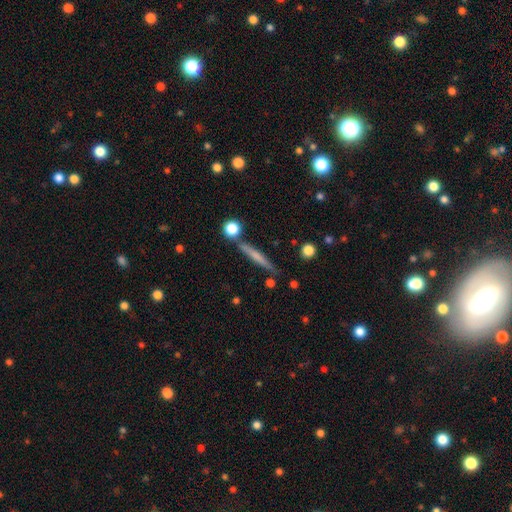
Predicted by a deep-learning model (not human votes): smooth-or-featured: smooth: 55% | featured or disk: 39% | star or artifact: 7%
  how-rounded: cigar-shaped: 93% | in between: 4% | round: 3%
  merging: none: 82% | minor disturbance: 10% | merger: 5% | major disturbance: 3%